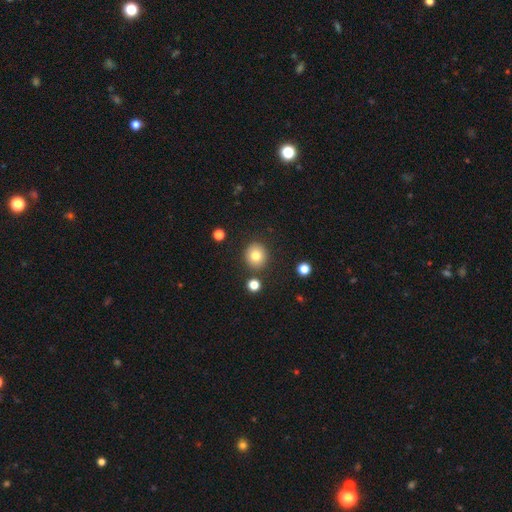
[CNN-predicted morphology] type=smooth (80%); roundness=round (87%); merging=none (86%).